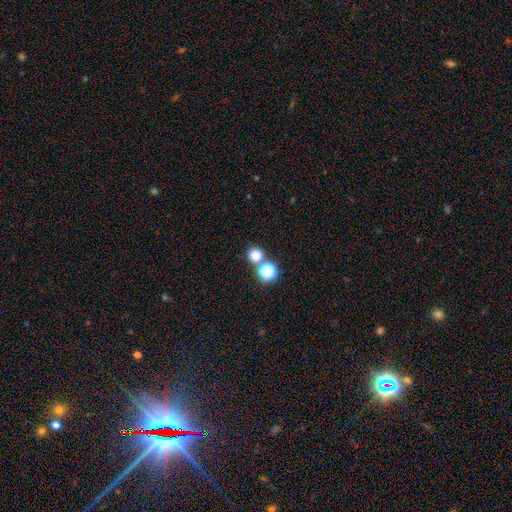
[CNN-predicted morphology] smooth-or-featured: smooth: 77% | star or artifact: 17% | featured or disk: 6%
  how-rounded: round: 92% | in between: 7% | cigar-shaped: 1%
  merging: none: 68% | merger: 23% | minor disturbance: 6% | major disturbance: 3%